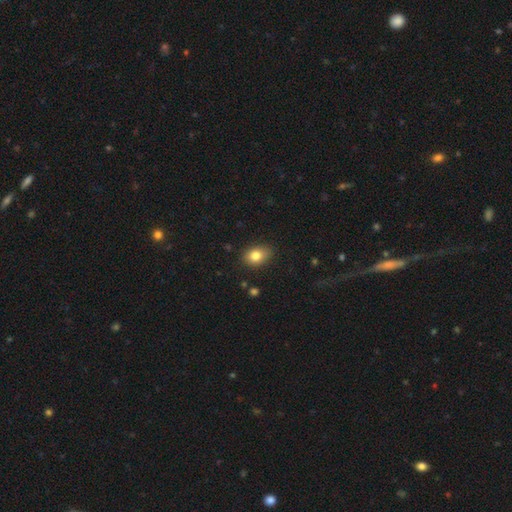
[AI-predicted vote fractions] smooth_or_featured: smooth (p=0.82) [alt: star or artifact p=0.10]
how_rounded: in between (p=0.70) [alt: round p=0.29]
merging: none (p=0.83) [alt: minor disturbance p=0.13]